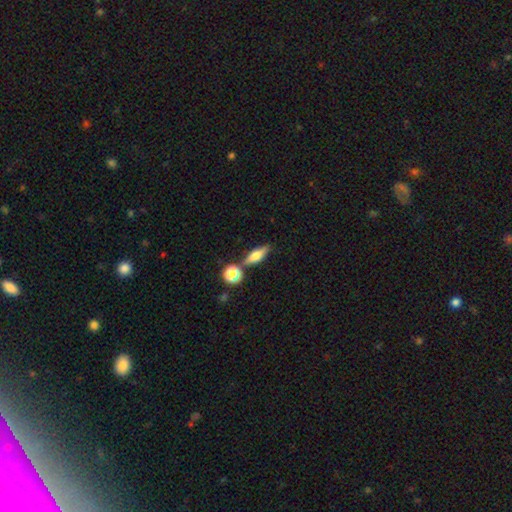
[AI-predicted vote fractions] Q: Smooth or featured?
A: smooth (52%); runner-up: featured or disk (39%)
Q: How rounded?
A: in between (51%); runner-up: cigar-shaped (38%)
Q: Merging?
A: none (71%); runner-up: merger (14%)